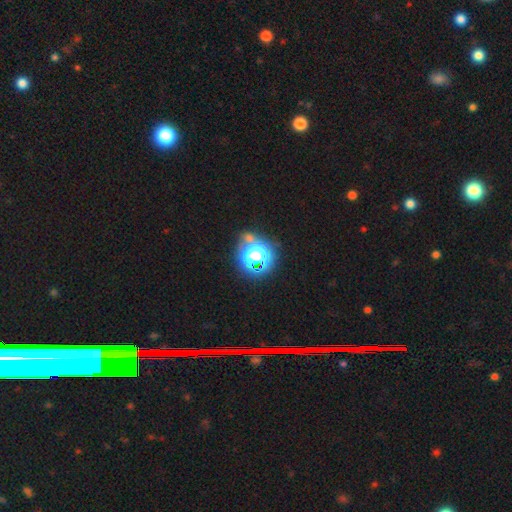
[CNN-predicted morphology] type=star or artifact (48%).